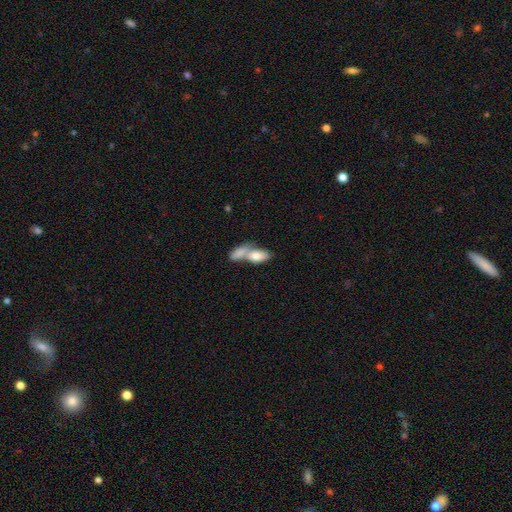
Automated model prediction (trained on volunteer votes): A smooth galaxy with no disk features (78%) that is in between round and cigar-shaped (86%).

Vote fractions:
- Smooth or featured? smooth: 78% / featured or disk: 16% / star or artifact: 6%
- How rounded? in between: 86% / cigar-shaped: 9% / round: 4%
- Merging? merger: 70% / none: 18% / minor disturbance: 7% / major disturbance: 5%